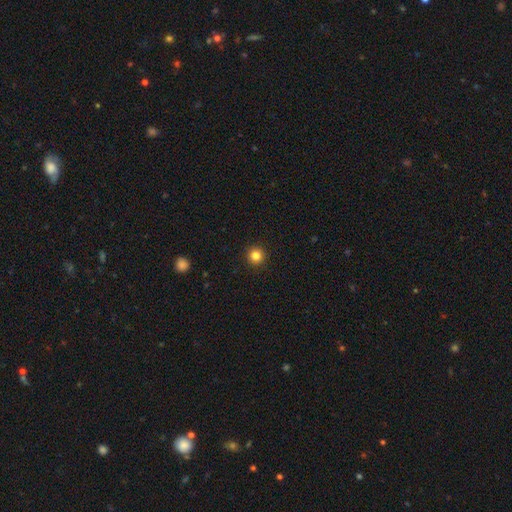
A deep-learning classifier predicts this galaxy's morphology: smooth 84%, star or artifact 12%, featured or disk 4%. Down the decision tree: how rounded — round (96%); merging — none (93%).